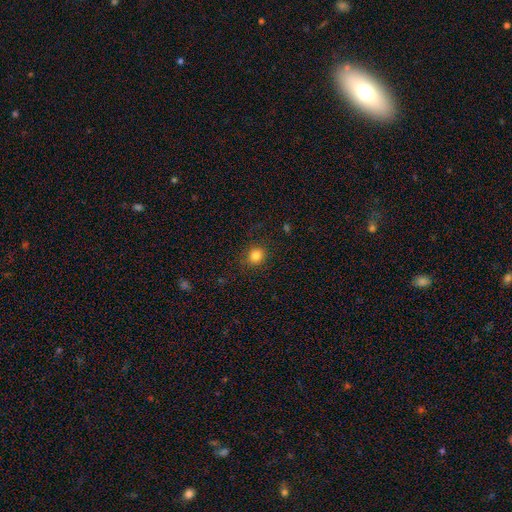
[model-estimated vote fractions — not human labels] This is clearly a smooth galaxy (84%). How rounded: likely round (78%). Merging: clearly none (86%).